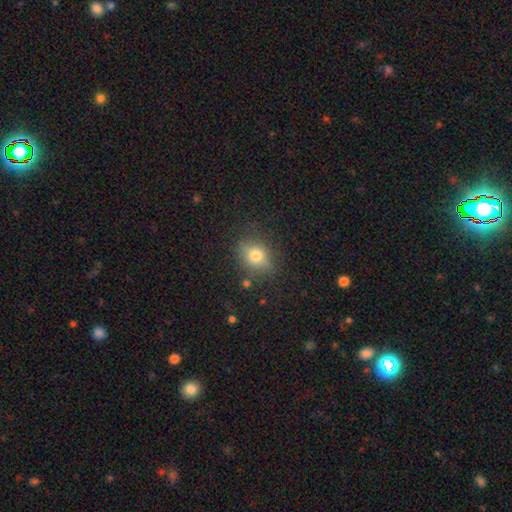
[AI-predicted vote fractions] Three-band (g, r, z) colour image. It shows a smooth galaxy with no disk features (74%) that is round (52%). Merging: none (77%).